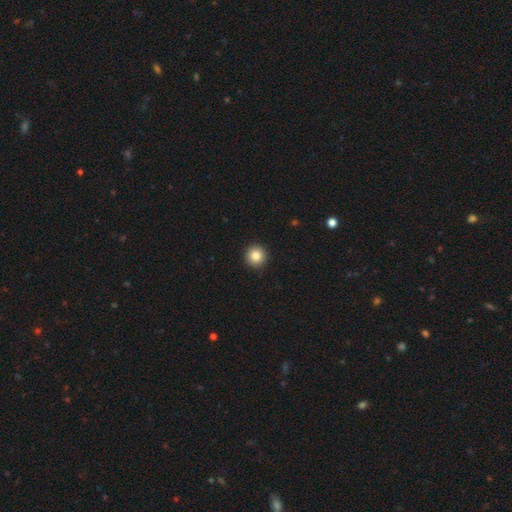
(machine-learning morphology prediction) Smooth or featured: smooth — 84% (star or artifact — 10%)
How rounded: round — 95% (in between — 4%)
Merging: none — 94% (minor disturbance — 4%)